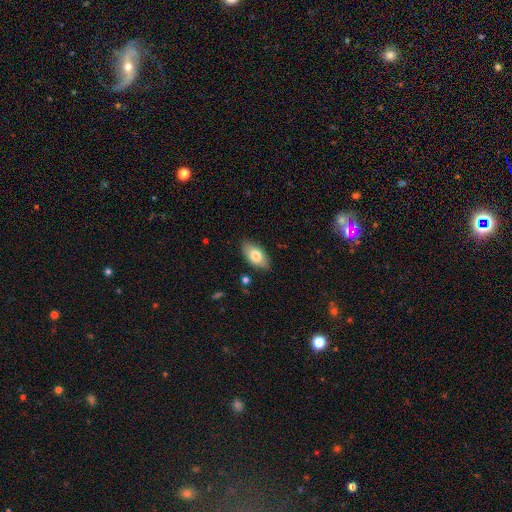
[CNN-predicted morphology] Smooth or featured?
  - smooth: 77% *
  - featured or disk: 16%
  - star or artifact: 6%
How rounded?
  - in between: 93% *
  - round: 4%
  - cigar-shaped: 3%
Merging?
  - none: 86% *
  - minor disturbance: 11%
  - major disturbance: 2%
  - merger: 1%